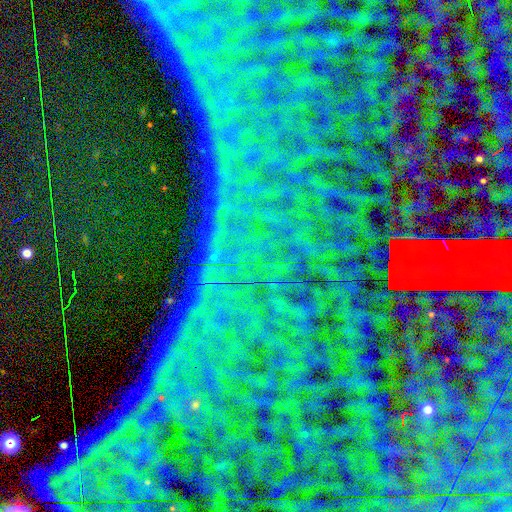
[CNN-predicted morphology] Q: Smooth or featured?
A: star or artifact (86%); runner-up: featured or disk (8%)